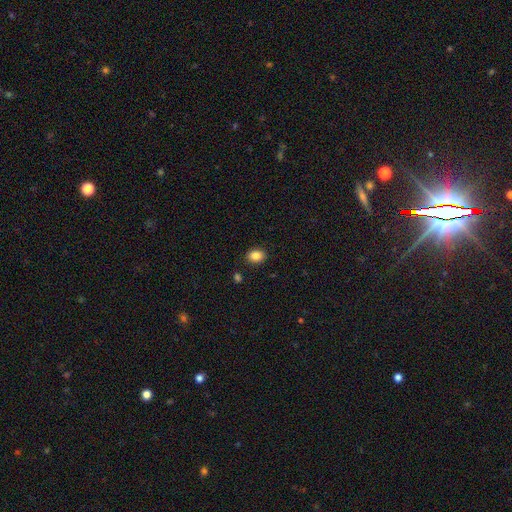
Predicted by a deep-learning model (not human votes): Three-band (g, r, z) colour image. It shows a smooth galaxy with no disk features (86%) that is in between round and cigar-shaped (58%). Merging: none (87%).